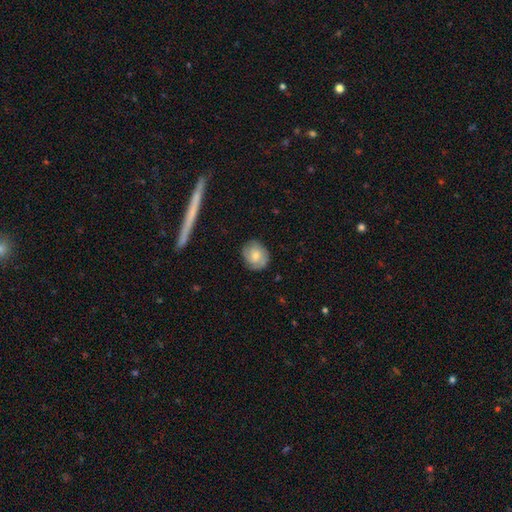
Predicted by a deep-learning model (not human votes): Overall: smooth (59%; featured or disk 34%). How rounded: round (72%). Merging: none (79%).